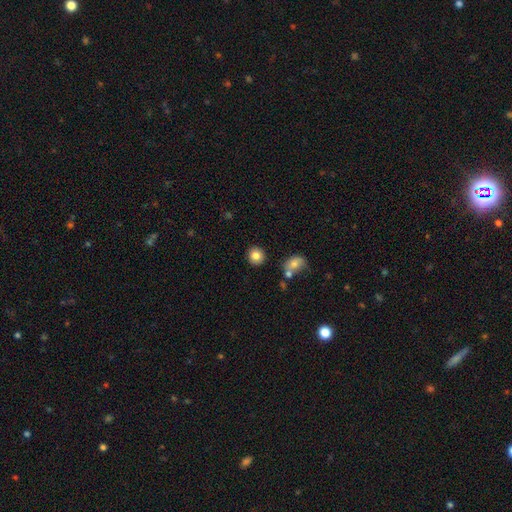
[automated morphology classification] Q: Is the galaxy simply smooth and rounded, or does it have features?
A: smooth — 83%.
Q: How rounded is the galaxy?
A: round — 89%.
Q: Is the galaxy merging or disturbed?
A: none — 87%.